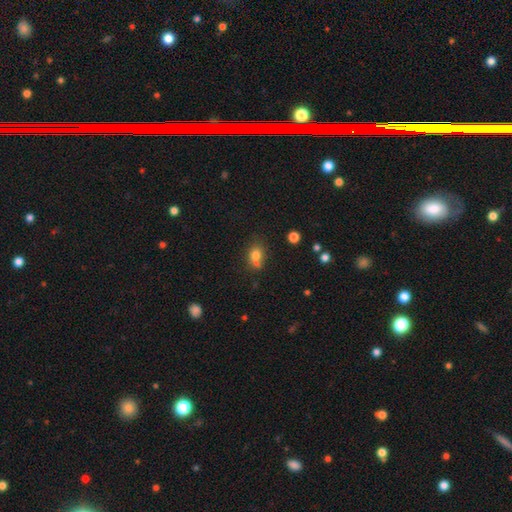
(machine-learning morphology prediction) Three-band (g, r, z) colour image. It shows a smooth galaxy with no disk features (75%) that is round (51%). Merging: none (46%).